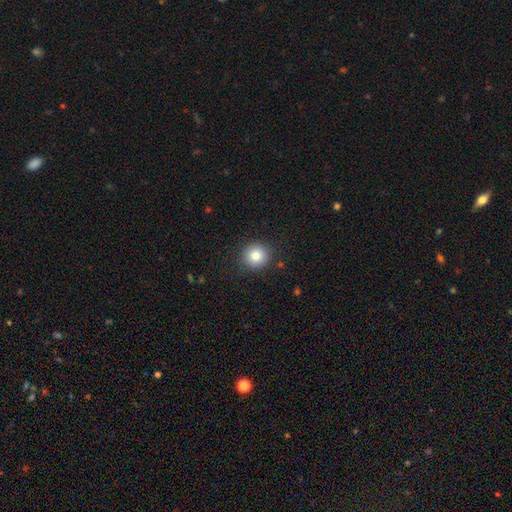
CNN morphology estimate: type=smooth (82%); roundness=round (91%); merging=none (89%).